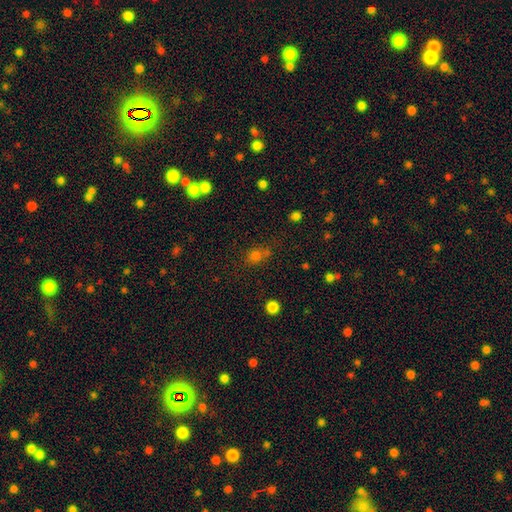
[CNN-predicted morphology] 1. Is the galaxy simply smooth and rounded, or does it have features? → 72% smooth, 21% star or artifact, 7% featured or disk.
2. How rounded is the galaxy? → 68% round, 30% in between, 2% cigar-shaped.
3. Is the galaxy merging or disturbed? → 60% none, 18% merger, 15% minor disturbance, 7% major disturbance.